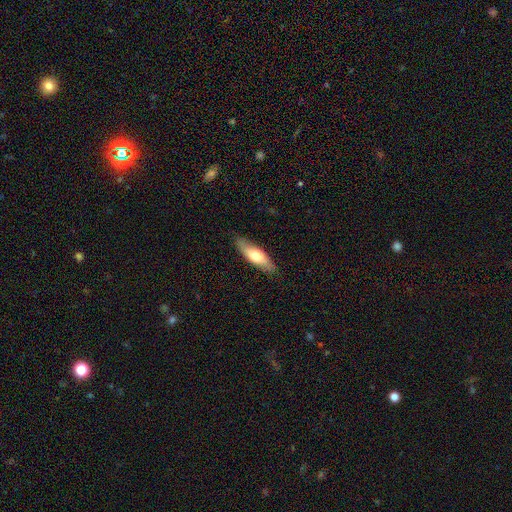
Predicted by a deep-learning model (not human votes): A smooth galaxy with no disk features (65%) that is cigar-shaped (50%). Merging: none (86%).